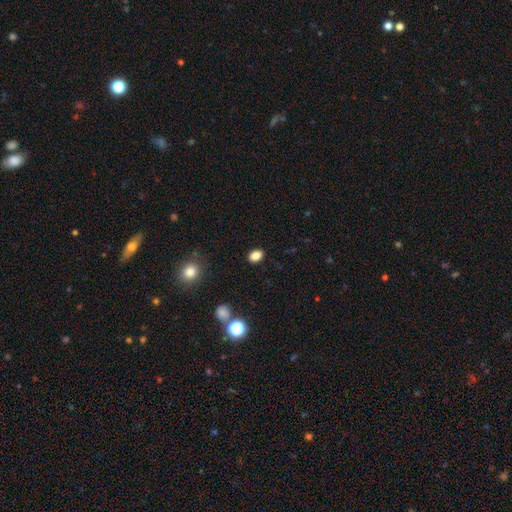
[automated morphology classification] Smooth or featured? smooth (84%)
How rounded? in between (77%)
Merging? none (88%)